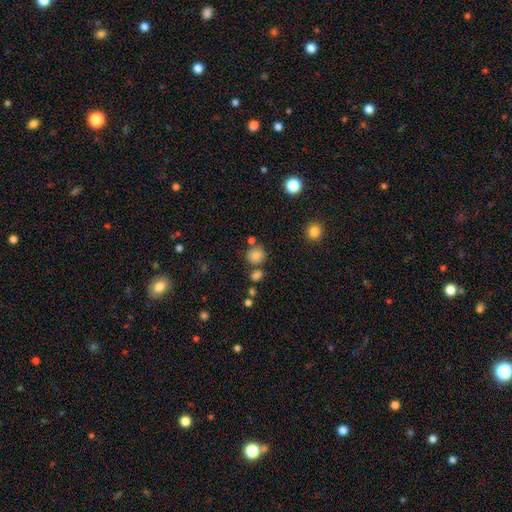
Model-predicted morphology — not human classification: This appears to be a smooth galaxy with no disk features (82%) that is round (82%). Merging: none (69%).